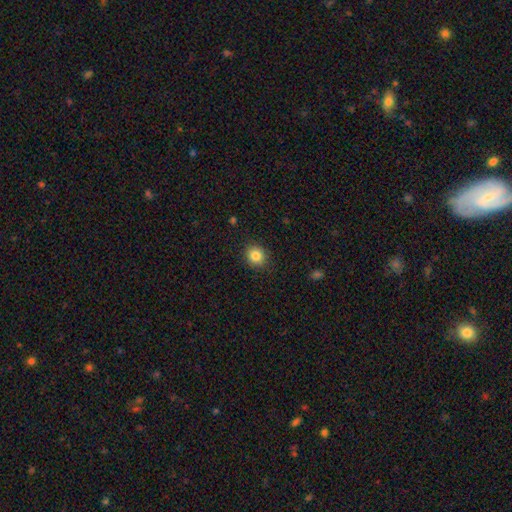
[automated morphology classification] Smooth or featured?
  - smooth: 85% *
  - star or artifact: 10%
  - featured or disk: 5%
How rounded?
  - round: 80% *
  - in between: 19%
  - cigar-shaped: 1%
Merging?
  - none: 90% *
  - minor disturbance: 7%
  - major disturbance: 2%
  - merger: 1%